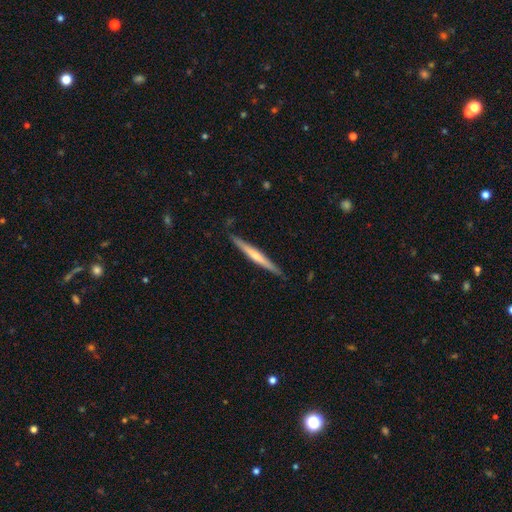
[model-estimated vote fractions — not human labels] A featured or disk galaxy (56%) viewed edge-on (97%) with a rounded central bulge (53%). Merging: none (89%).